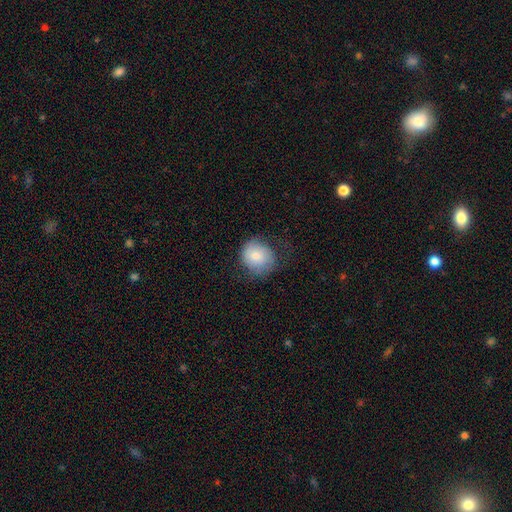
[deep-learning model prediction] smooth 74%, featured or disk 18%, star or artifact 7%. Down the decision tree: how rounded — round (80%); merging — none (59%).